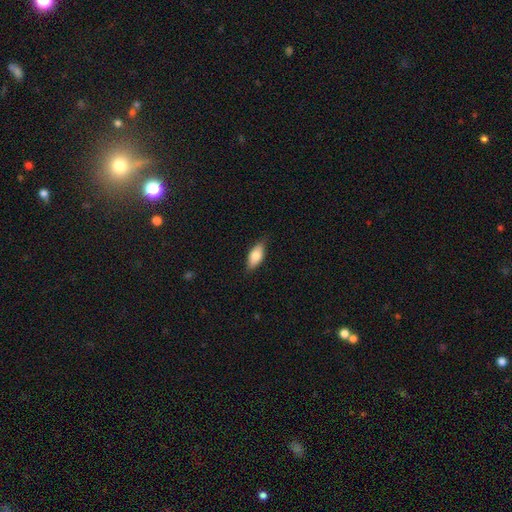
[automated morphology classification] This is likely a smooth galaxy (78%). How rounded: clearly in between (86%). Merging: clearly none (81%).